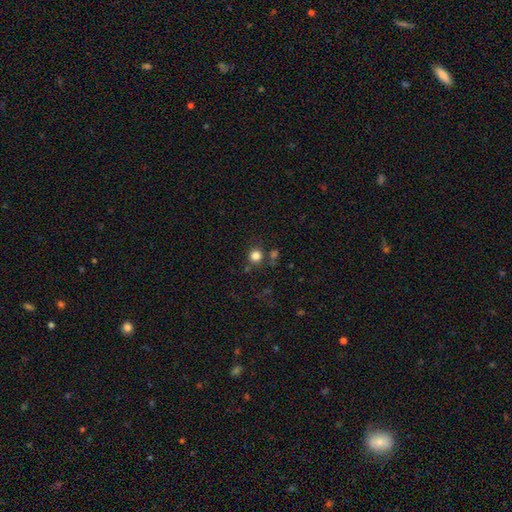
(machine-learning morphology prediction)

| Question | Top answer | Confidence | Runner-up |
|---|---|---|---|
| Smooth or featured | smooth | 81% | star or artifact (14%) |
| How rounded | round | 92% | in between (7%) |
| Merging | none | 78% | minor disturbance (9%) |